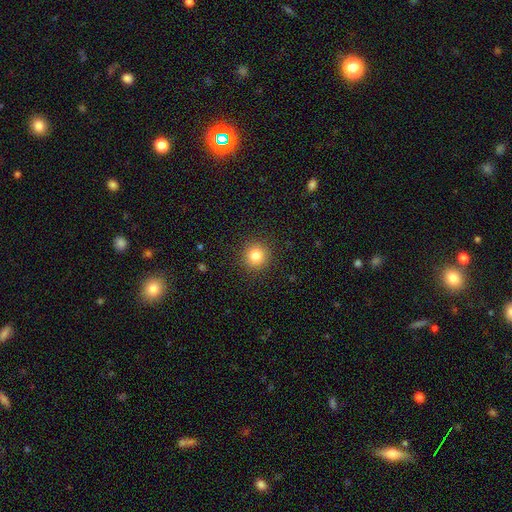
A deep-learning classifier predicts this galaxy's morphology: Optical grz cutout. It shows a smooth galaxy with no disk features (83%) that is round (94%). Merging: none (91%).